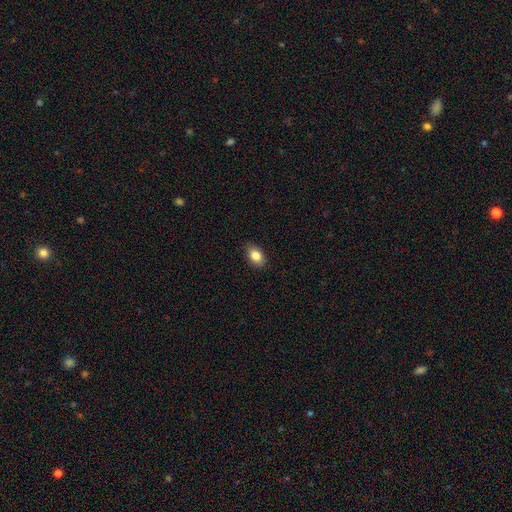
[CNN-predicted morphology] The model was most divided on "how rounded": in between: 85%, round: 13%, cigar-shaped: 2%. More confident: merging — none (86%); smooth or featured — smooth (85%).